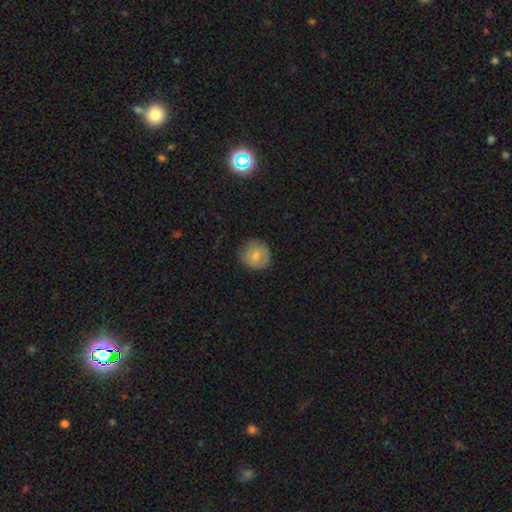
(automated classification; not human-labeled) Overall: smooth (76%). How rounded: round (90%). Merging: none (78%).